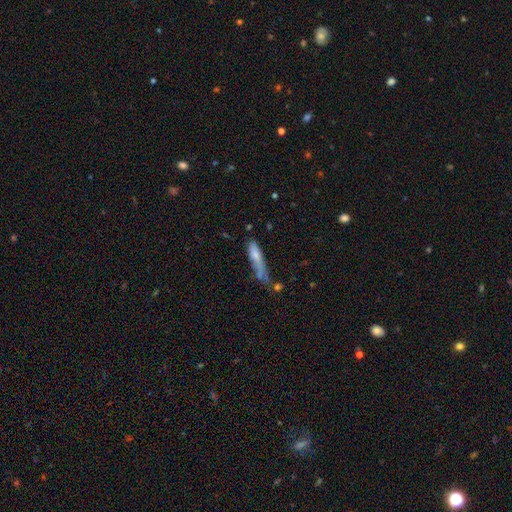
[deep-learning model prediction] smooth_or_featured: smooth (p=0.65) [alt: featured or disk p=0.27]
how_rounded: cigar-shaped (p=0.76) [alt: in between p=0.22]
merging: none (p=0.34) [alt: minor disturbance p=0.30]